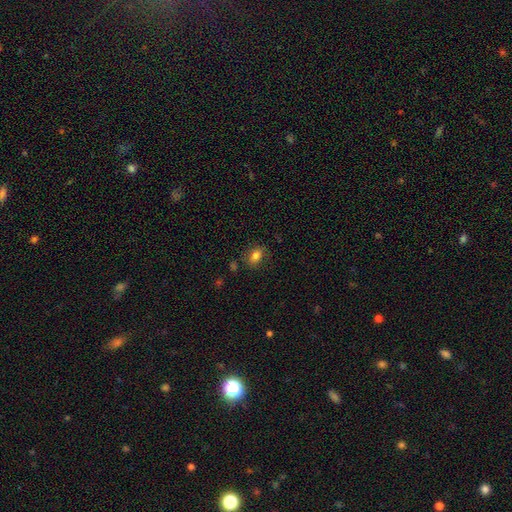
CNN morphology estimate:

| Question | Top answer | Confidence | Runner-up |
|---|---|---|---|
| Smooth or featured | smooth | 81% | star or artifact (10%) |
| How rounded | in between | 80% | round (18%) |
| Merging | none | 78% | minor disturbance (15%) |